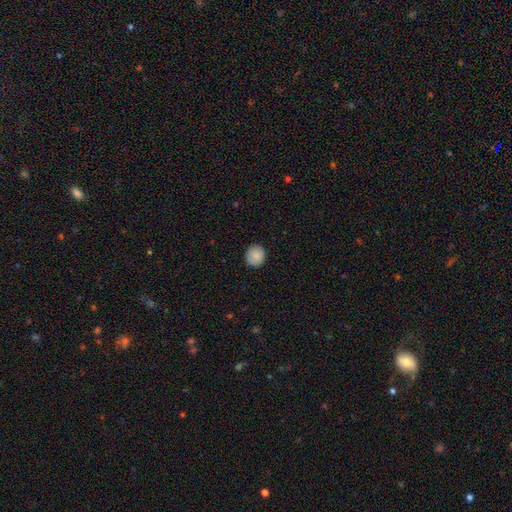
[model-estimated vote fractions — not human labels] smooth-or-featured: smooth: 88% | star or artifact: 8% | featured or disk: 4%
  how-rounded: round: 87% | in between: 13% | cigar-shaped: 1%
  merging: none: 90% | minor disturbance: 7% | major disturbance: 2% | merger: 1%